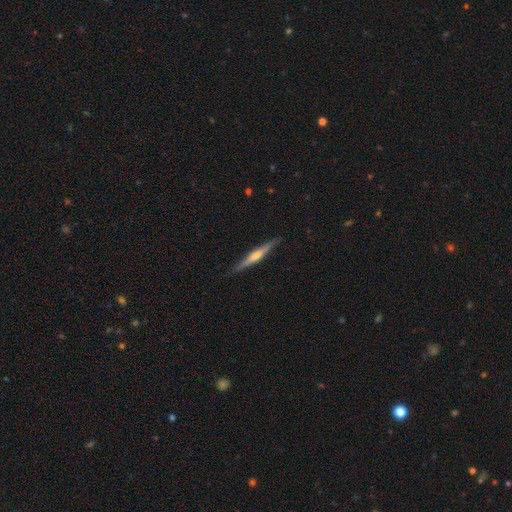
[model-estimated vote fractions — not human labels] smooth-or-featured: featured or disk: 68% | smooth: 27% | star or artifact: 5%
  disk-edge-on: yes: 97% | no: 3%
    edge-on-bulge: rounded: 71% | none: 15% | boxy: 14%
  merging: none: 87% | minor disturbance: 10% | major disturbance: 2% | merger: 1%